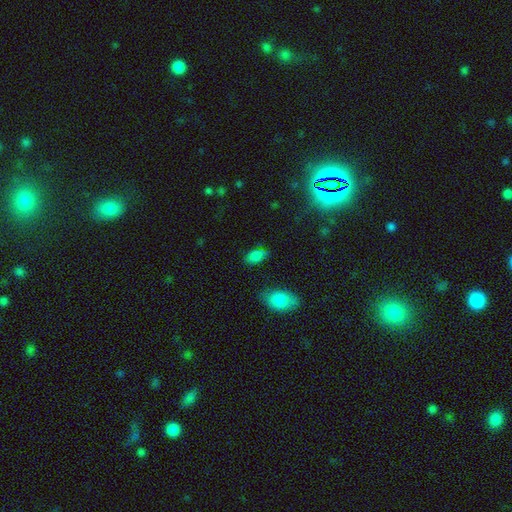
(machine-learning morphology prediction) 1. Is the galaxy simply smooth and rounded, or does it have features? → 82% smooth, 12% star or artifact, 6% featured or disk.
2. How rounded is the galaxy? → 91% in between, 7% round, 2% cigar-shaped.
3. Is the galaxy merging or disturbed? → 73% none, 20% minor disturbance, 5% major disturbance, 3% merger.